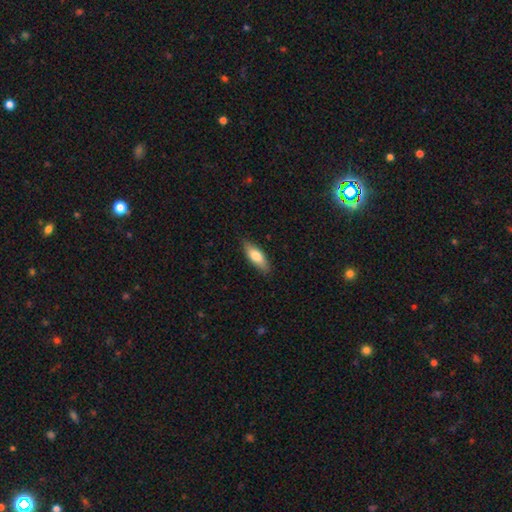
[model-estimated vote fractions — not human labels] A smooth galaxy with no disk features (73%) that is in between round and cigar-shaped (62%).

Vote fractions:
- Smooth or featured? smooth: 73% / featured or disk: 21% / star or artifact: 6%
- How rounded? in between: 62% / cigar-shaped: 35% / round: 2%
- Merging? none: 85% / minor disturbance: 12% / major disturbance: 2% / merger: 1%